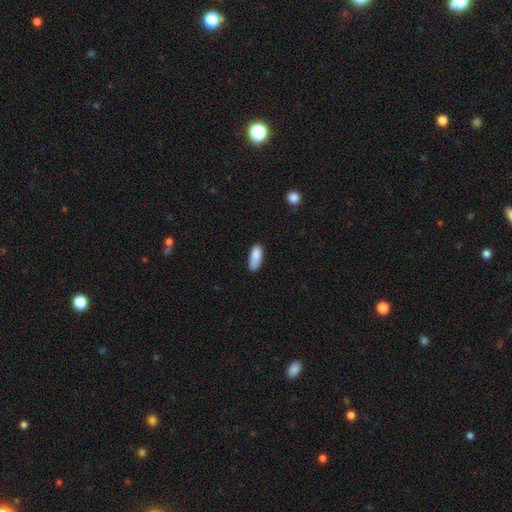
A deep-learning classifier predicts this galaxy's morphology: The model was most divided on "how rounded": in between: 71%, cigar-shaped: 27%, round: 2%. More confident: smooth or featured — smooth (86%); merging — none (70%).